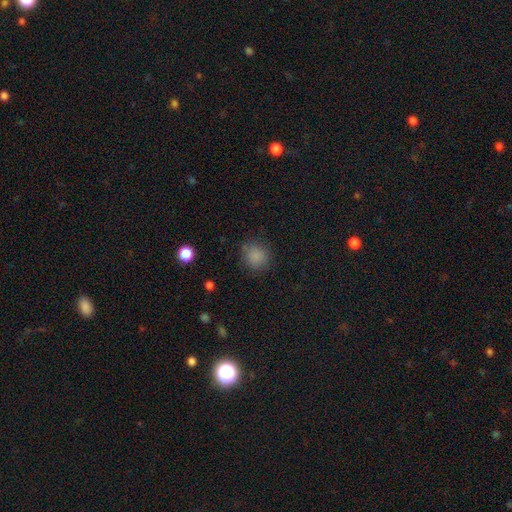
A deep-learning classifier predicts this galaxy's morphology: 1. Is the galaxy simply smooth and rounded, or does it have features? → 83% smooth, 12% star or artifact, 5% featured or disk.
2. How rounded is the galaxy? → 85% round, 14% in between, 1% cigar-shaped.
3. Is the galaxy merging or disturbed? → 80% none, 14% minor disturbance, 4% major disturbance, 2% merger.